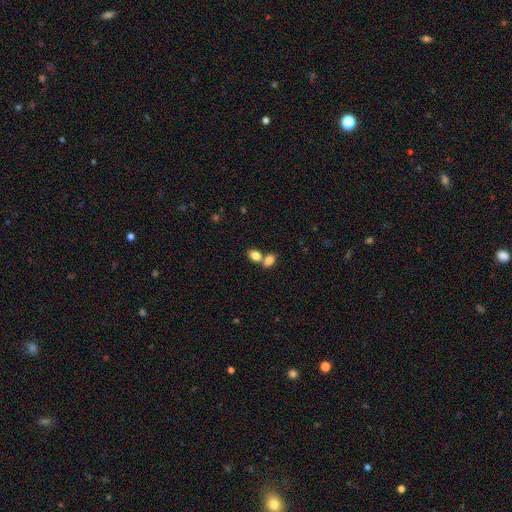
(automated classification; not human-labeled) Smooth or featured? Predicted: smooth (p=0.83). How rounded? Predicted: in between (p=0.77). Merging? Predicted: merger (p=0.51).